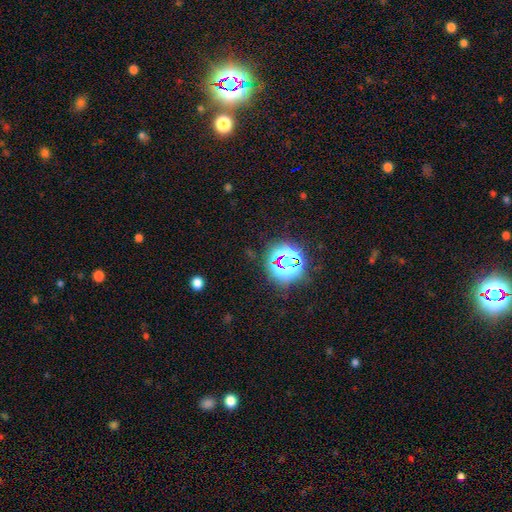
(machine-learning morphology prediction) This is likely a star or artifact rather than a galaxy (77%).